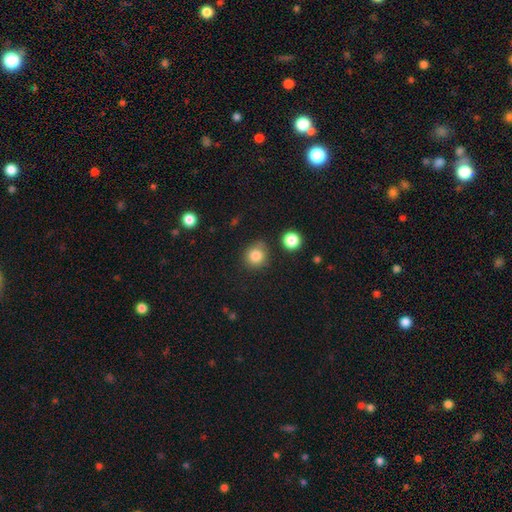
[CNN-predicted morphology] smooth-or-featured: smooth: 84% | star or artifact: 11% | featured or disk: 5%
  how-rounded: round: 89% | in between: 10% | cigar-shaped: 1%
  merging: none: 79% | minor disturbance: 12% | merger: 5% | major disturbance: 4%